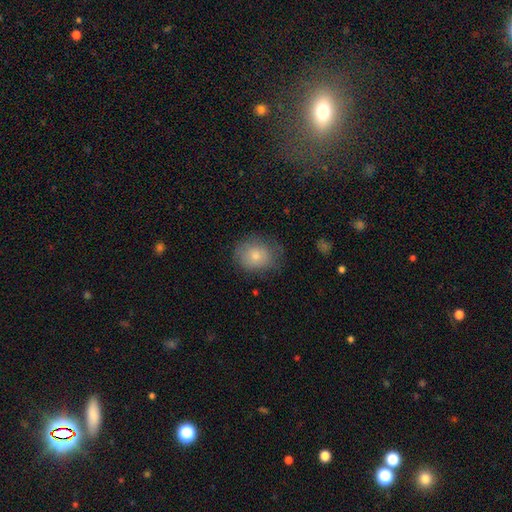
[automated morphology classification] smooth-or-featured: smooth: 77% | featured or disk: 15% | star or artifact: 8%
  how-rounded: round: 62% | in between: 37% | cigar-shaped: 1%
  merging: none: 65% | minor disturbance: 25% | major disturbance: 9% | merger: 1%